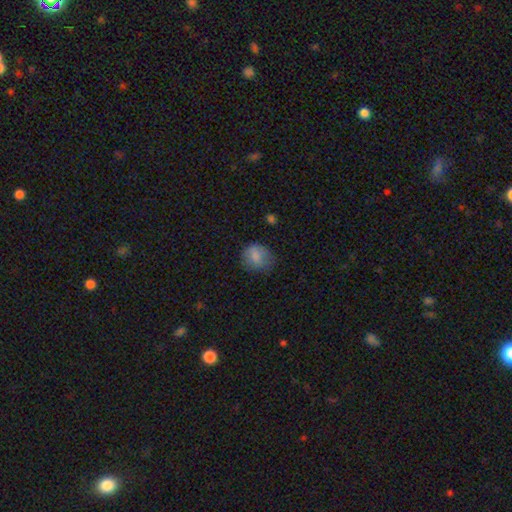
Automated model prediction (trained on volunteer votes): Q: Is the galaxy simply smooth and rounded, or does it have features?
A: smooth — 80%.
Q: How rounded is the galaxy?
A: round — 64%.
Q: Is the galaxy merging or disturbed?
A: none — 62%.